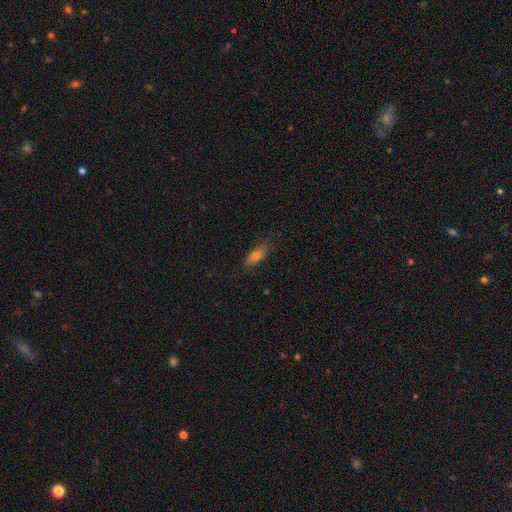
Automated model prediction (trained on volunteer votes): Smooth or featured: smooth — 73% (featured or disk — 18%)
How rounded: in between — 65% (cigar-shaped — 32%)
Merging: none — 75% (minor disturbance — 19%)